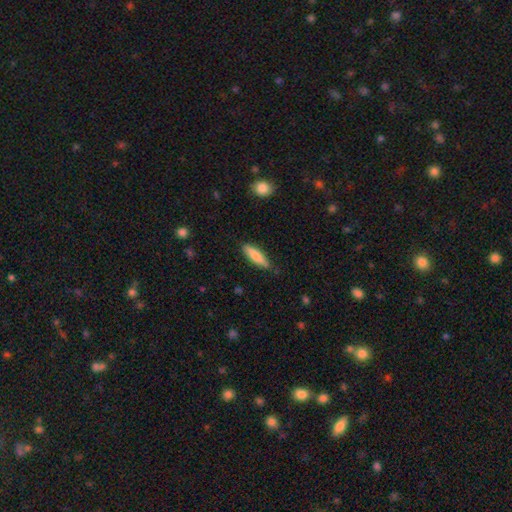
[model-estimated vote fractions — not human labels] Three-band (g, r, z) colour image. It shows a smooth galaxy with no disk features (78%) that is cigar-shaped (68%). Merging: none (84%).